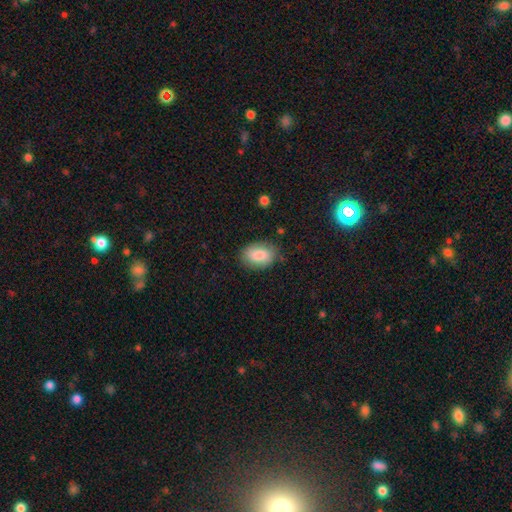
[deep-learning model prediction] Overall: smooth (82%). How rounded: in between (85%). Merging: none (82%).